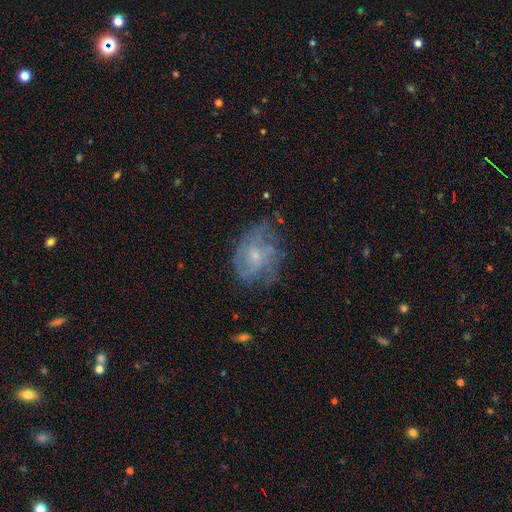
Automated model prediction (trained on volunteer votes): Overall: featured or disk (68%). Edge-on disk: no (97%). Bar: no (67%; weak 29%). Spiral arms: yes (78%). Spiral arm count: can't tell (47%; 2 20%). Spiral winding: medium (41%; tight 37%). Bulge size: small (71%). Merging: none (55%; minor disturbance 27%).